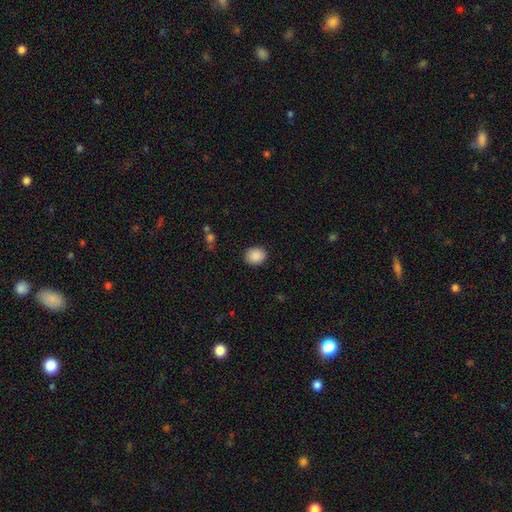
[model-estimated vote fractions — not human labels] Smooth or featured?
  - smooth: 89% *
  - star or artifact: 8%
  - featured or disk: 3%
How rounded?
  - round: 63% *
  - in between: 36%
  - cigar-shaped: 1%
Merging?
  - none: 89% *
  - minor disturbance: 7%
  - major disturbance: 2%
  - merger: 1%